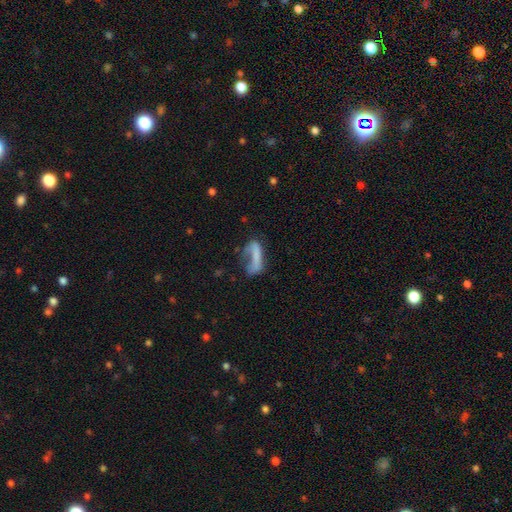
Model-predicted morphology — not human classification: Overall: smooth (61%; featured or disk 28%). How rounded: in between (54%; cigar-shaped 43%). Merging: major disturbance (40%; none 30%).